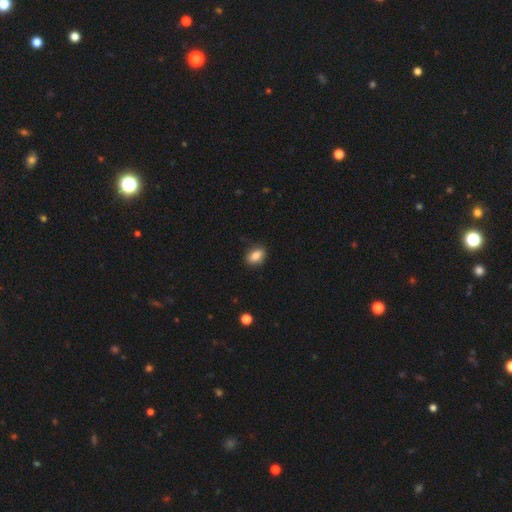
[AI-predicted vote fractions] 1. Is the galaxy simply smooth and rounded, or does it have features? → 85% smooth, 8% star or artifact, 7% featured or disk.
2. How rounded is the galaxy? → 79% in between, 19% round, 2% cigar-shaped.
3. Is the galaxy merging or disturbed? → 83% none, 14% minor disturbance, 3% major disturbance, 1% merger.